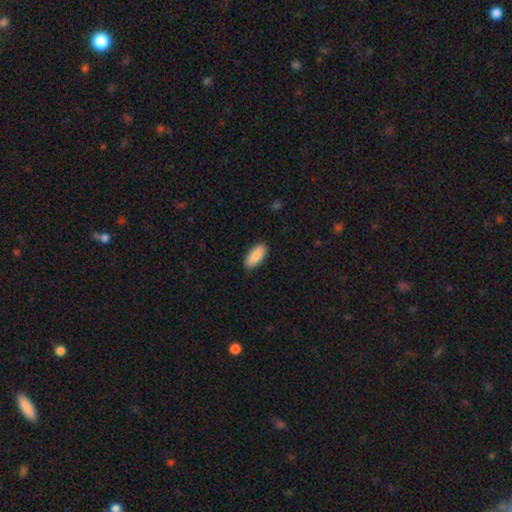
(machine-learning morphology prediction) smooth-or-featured: smooth: 89% | star or artifact: 6% | featured or disk: 5%
  how-rounded: in between: 88% | cigar-shaped: 11% | round: 2%
  merging: none: 86% | minor disturbance: 11% | major disturbance: 2% | merger: 1%